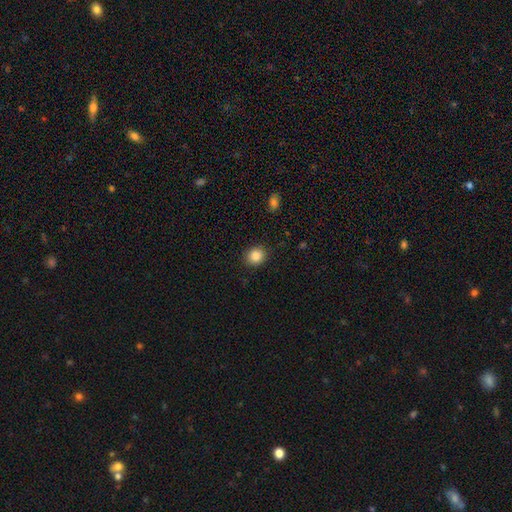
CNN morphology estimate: type=smooth (85%); roundness=round (76%); merging=none (90%).